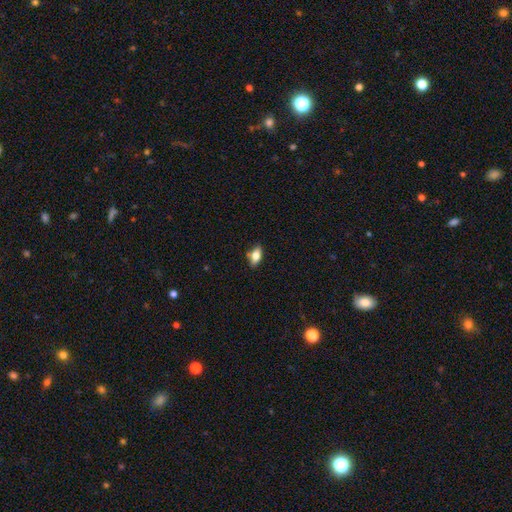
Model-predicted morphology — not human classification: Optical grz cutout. It shows a smooth galaxy with no disk features (74%) that is in between round and cigar-shaped (87%). Merging: none (78%).